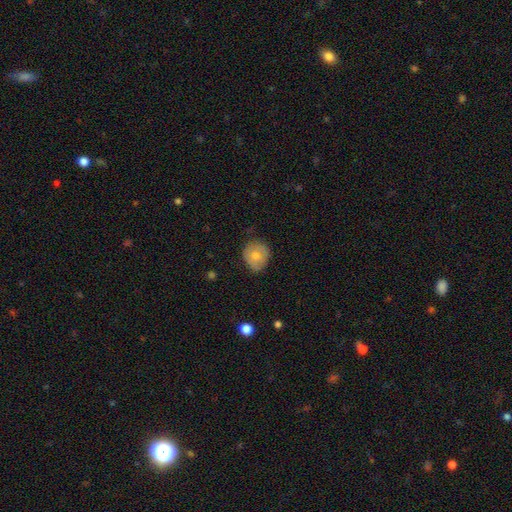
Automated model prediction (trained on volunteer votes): Overall: smooth (72%). How rounded: round (82%). Merging: none (67%; minor disturbance 27%).